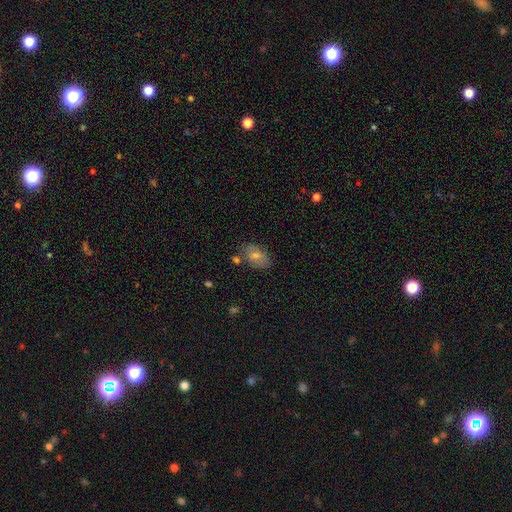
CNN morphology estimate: The model was most divided on "merging": none: 67%, minor disturbance: 20%, merger: 8%, major disturbance: 5%. More confident: how rounded — in between (89%); smooth or featured — smooth (74%).